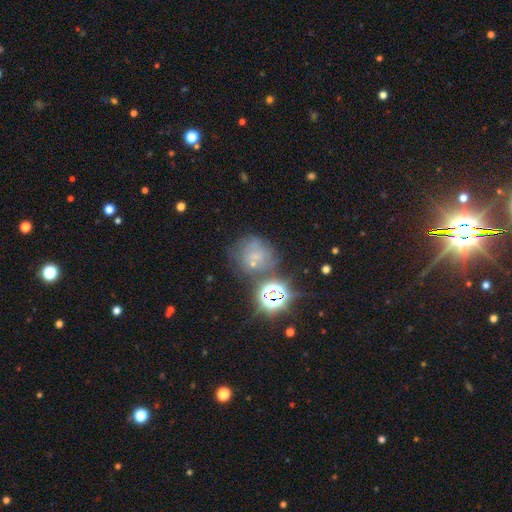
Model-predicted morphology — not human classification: The model was most divided on "smooth or featured": smooth: 43%, star or artifact: 36%, featured or disk: 21%. More confident: merging — none (54%).